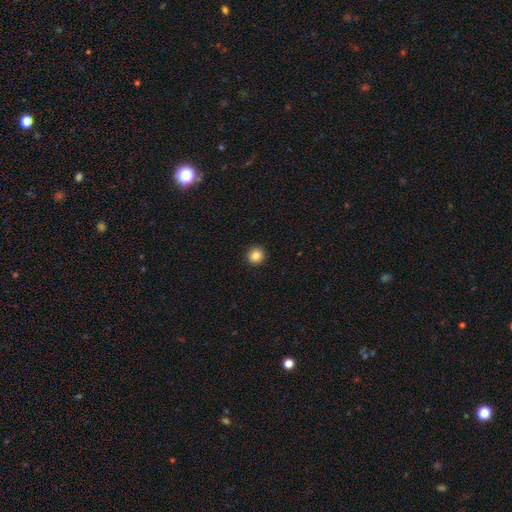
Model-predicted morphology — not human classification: A smooth galaxy with no disk features (86%) that is round (93%). Merging: none (92%).